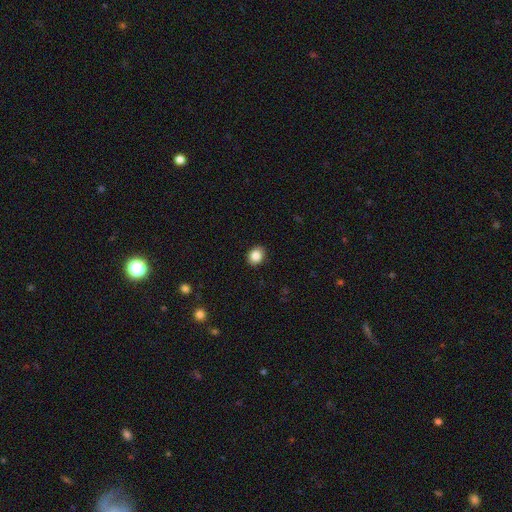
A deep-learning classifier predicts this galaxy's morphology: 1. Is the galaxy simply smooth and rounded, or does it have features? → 86% smooth, 9% star or artifact, 5% featured or disk.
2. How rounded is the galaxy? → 55% round, 44% in between, 1% cigar-shaped.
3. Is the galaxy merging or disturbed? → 90% none, 7% minor disturbance, 2% major disturbance, 1% merger.